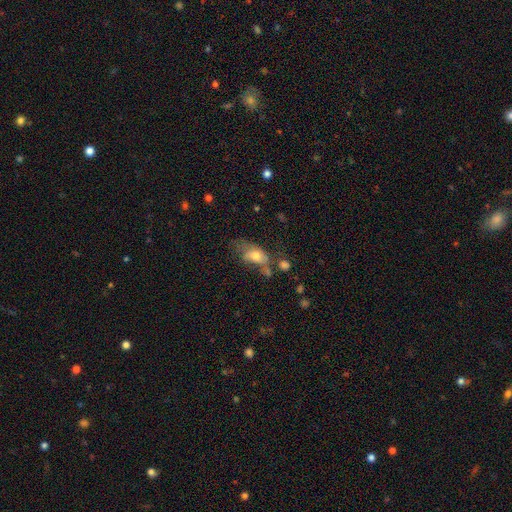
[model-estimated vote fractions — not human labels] This is likely a smooth galaxy (62%). How rounded: clearly in between (86%). Merging: marginally major disturbance (31%).